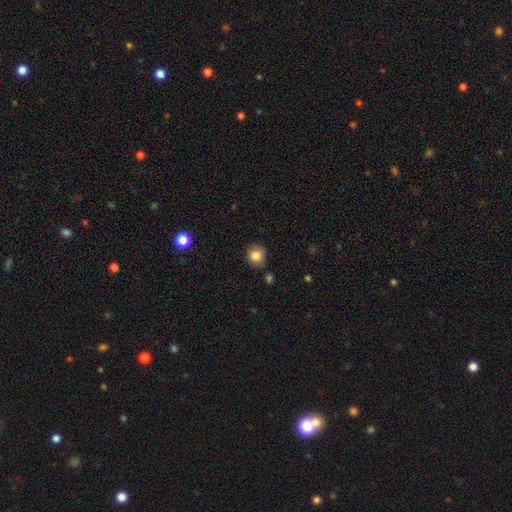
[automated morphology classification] Smooth or featured? smooth (84%)
How rounded? round (83%)
Merging? none (79%)